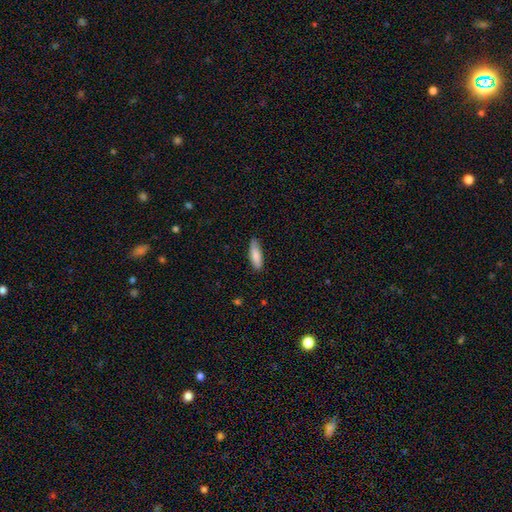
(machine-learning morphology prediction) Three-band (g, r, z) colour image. It shows a smooth galaxy with no disk features (83%) that is cigar-shaped (50%). Merging: none (81%).